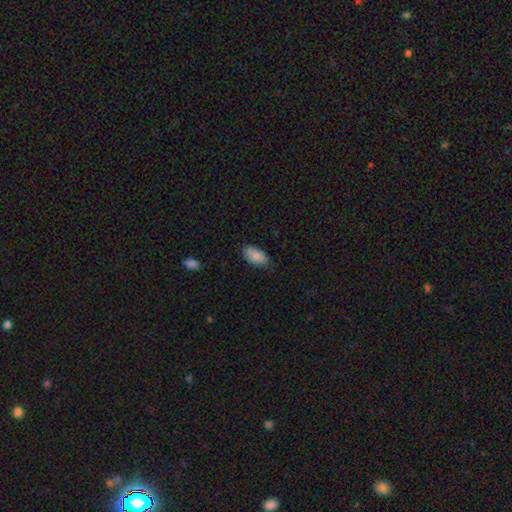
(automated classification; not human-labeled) A smooth galaxy with no disk features (87%) that is in between round and cigar-shaped (94%).

Vote fractions:
- Smooth or featured? smooth: 87% / star or artifact: 7% / featured or disk: 6%
- How rounded? in between: 94% / round: 3% / cigar-shaped: 2%
- Merging? none: 84% / minor disturbance: 13% / major disturbance: 2% / merger: 1%